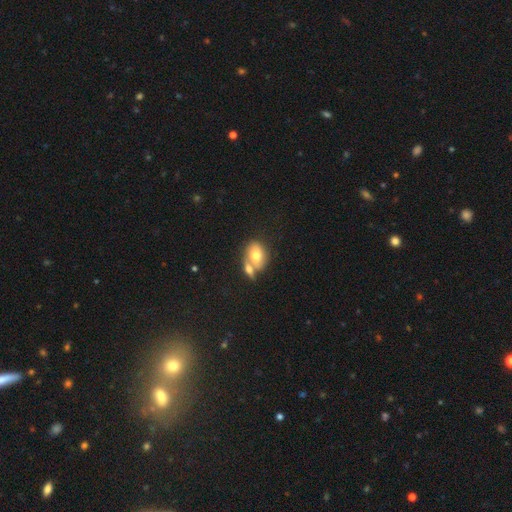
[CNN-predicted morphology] smooth-or-featured: smooth: 71% | featured or disk: 22% | star or artifact: 8%
  how-rounded: in between: 71% | round: 27% | cigar-shaped: 2%
  merging: merger: 52% | none: 34% | minor disturbance: 10% | major disturbance: 4%